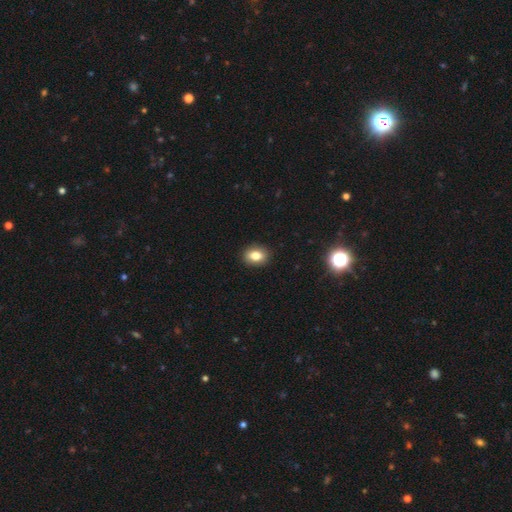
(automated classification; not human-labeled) A smooth galaxy with no disk features (81%) that is in between round and cigar-shaped (64%). Merging: none (90%).